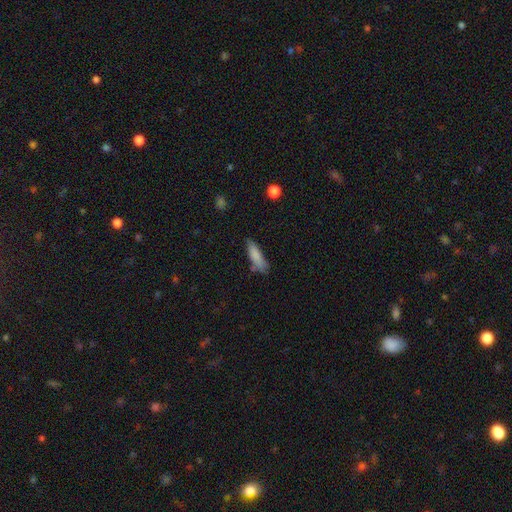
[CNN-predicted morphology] This appears to be a smooth galaxy with no disk features (82%) that is cigar-shaped (56%). Merging: none (65%).